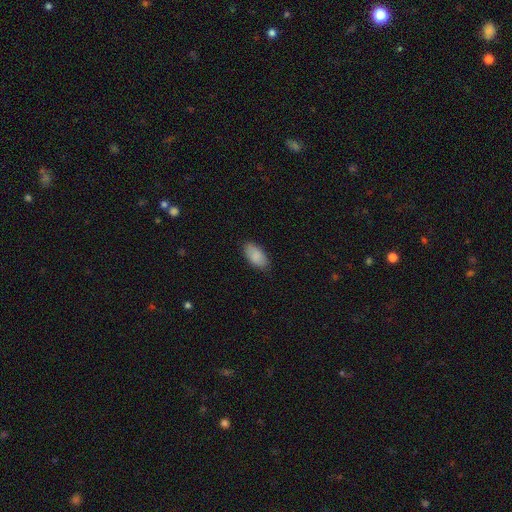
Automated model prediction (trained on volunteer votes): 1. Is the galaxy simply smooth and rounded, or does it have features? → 88% smooth, 6% star or artifact, 5% featured or disk.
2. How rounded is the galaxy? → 94% in between, 3% cigar-shaped, 3% round.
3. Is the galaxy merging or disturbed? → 83% none, 14% minor disturbance, 3% major disturbance, 1% merger.